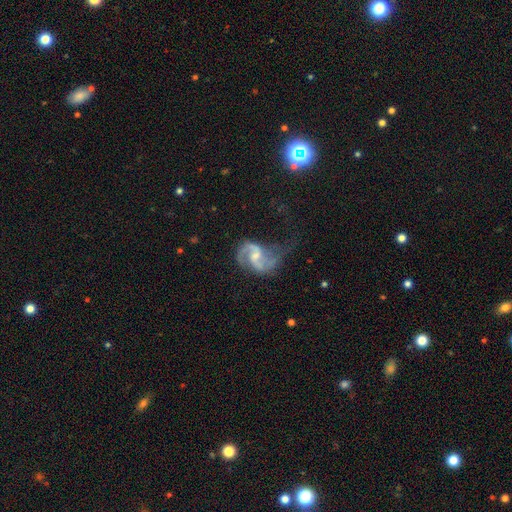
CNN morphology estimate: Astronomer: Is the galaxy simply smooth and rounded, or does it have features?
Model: featured or disk — 88%.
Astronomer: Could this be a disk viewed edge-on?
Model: no — 98%.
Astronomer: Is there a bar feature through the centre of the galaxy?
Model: weak — 56%.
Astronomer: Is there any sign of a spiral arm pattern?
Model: yes — 96%.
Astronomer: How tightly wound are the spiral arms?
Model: loose — 45%, tied with medium at 45%.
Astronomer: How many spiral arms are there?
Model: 2 — 89%.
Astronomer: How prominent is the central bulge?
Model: small — 41% (runner-up: moderate, 37%).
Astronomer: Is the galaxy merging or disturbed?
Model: none — 41% (runner-up: major disturbance, 30%).